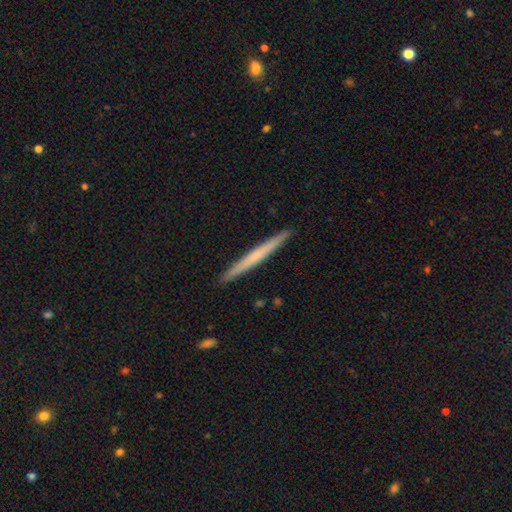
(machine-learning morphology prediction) Smooth or featured: smooth — 51% (featured or disk — 44%)
How rounded: cigar-shaped — 97% (in between — 2%)
Merging: none — 93% (minor disturbance — 5%)